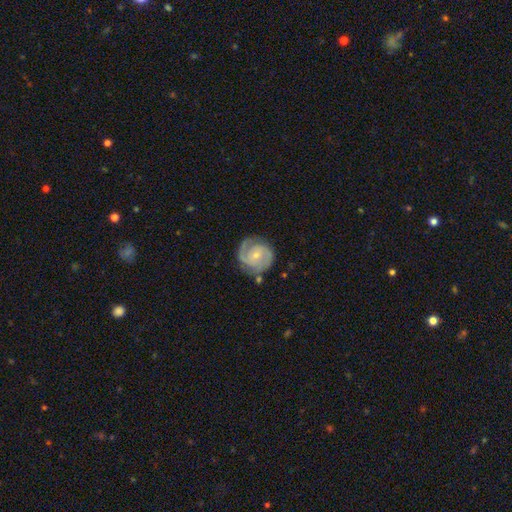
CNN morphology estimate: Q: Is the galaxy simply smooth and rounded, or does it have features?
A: featured or disk — 82%.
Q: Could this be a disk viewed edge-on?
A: no — 98%.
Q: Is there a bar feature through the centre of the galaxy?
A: no — 56%.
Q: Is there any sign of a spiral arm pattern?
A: yes — 95%.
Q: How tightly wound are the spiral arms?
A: tight — 50%.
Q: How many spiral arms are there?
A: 2 — 71%.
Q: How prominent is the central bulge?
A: small — 66%.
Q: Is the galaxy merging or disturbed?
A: none — 73%.